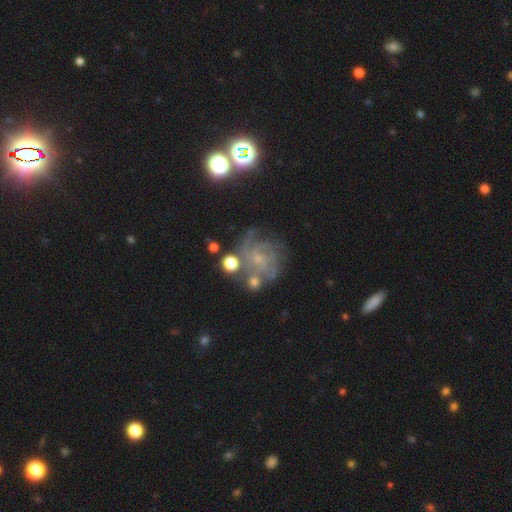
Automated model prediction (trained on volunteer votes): Smooth or featured? featured or disk (75%)
Edge-on disk? no (98%)
Bar? no (71%)
Spiral arms? yes (91%)
Spiral winding? tight (47%)
Spiral arm count? can't tell (33%)
Bulge size? small (73%)
Merging? none (57%)